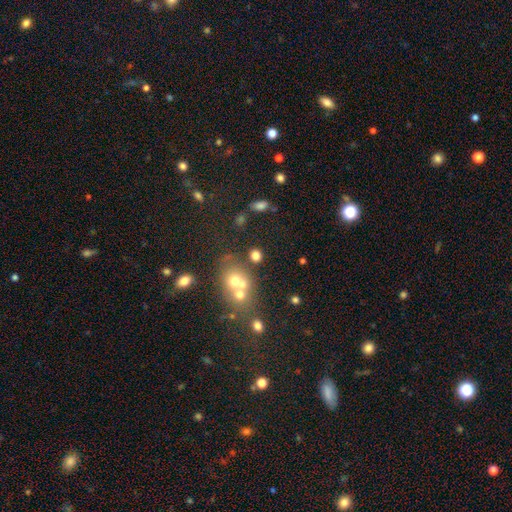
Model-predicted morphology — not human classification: A smooth galaxy with no disk features (66%) that is round (68%).

Vote fractions:
- Smooth or featured? smooth: 66% / featured or disk: 17% / star or artifact: 17%
- How rounded? round: 68% / in between: 31% / cigar-shaped: 2%
- Merging? none: 49% / merger: 36% / minor disturbance: 10% / major disturbance: 6%